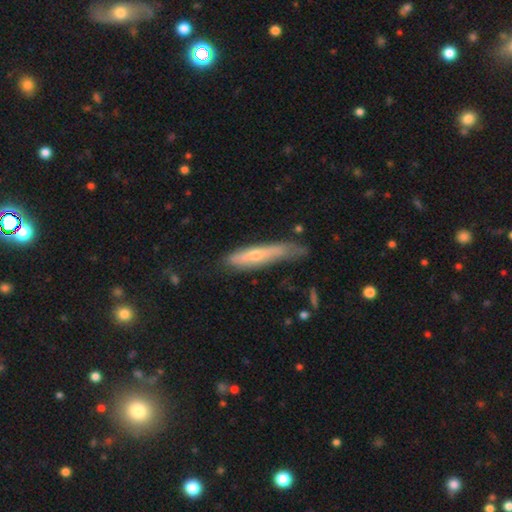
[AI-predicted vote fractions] Smooth or featured? Predicted: smooth (p=0.47, tied with featured or disk). Merging? Predicted: none (p=0.49).